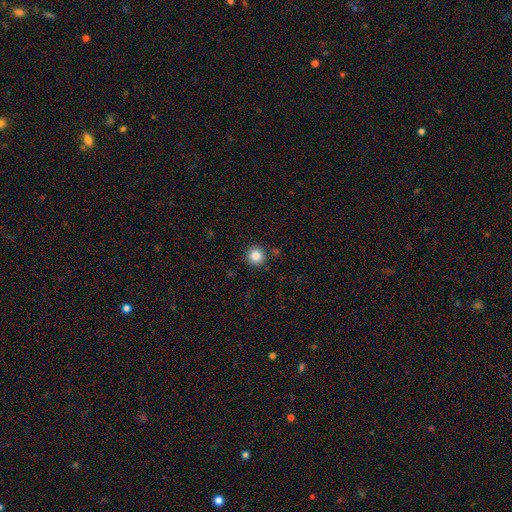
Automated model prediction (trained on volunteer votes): A smooth galaxy with no disk features (85%) that is round (95%). Merging: none (88%).